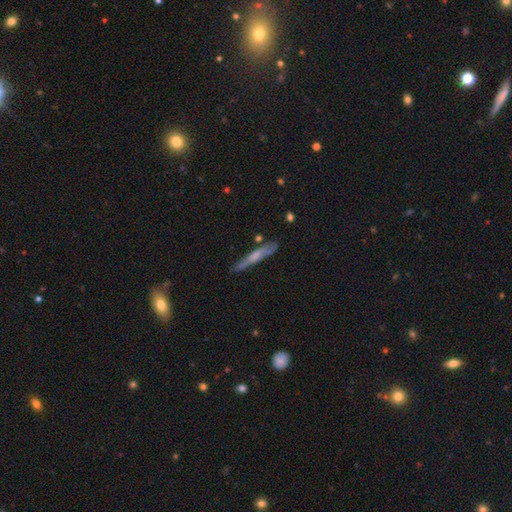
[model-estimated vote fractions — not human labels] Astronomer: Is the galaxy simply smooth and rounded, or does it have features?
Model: smooth — 47% (runner-up: featured or disk, 46%).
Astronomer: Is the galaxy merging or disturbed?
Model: none — 72%.